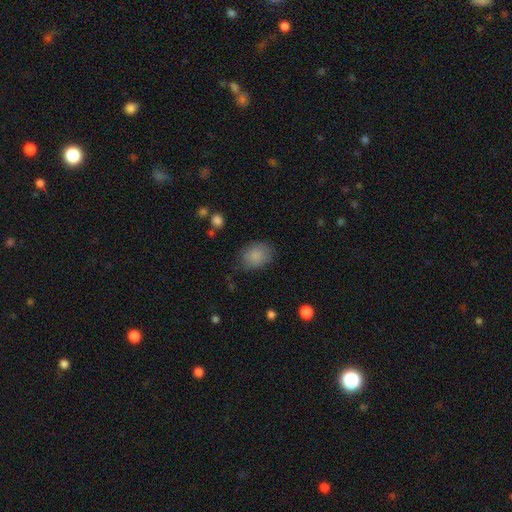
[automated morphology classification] type=smooth (86%); roundness=in between (65%); merging=none (72%).